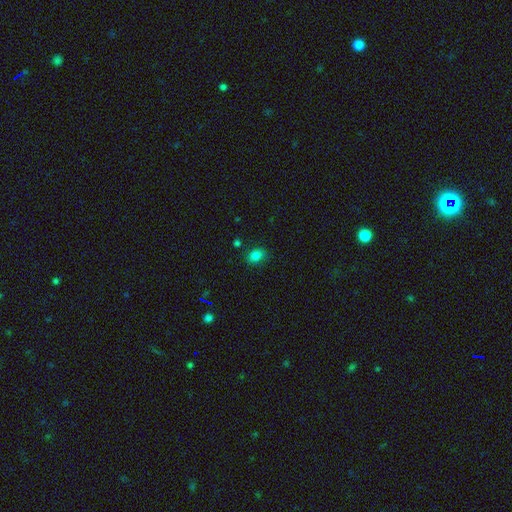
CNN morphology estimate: smooth 81%, star or artifact 14%, featured or disk 6%. Down the decision tree: how rounded — in between (70%); merging — none (83%).